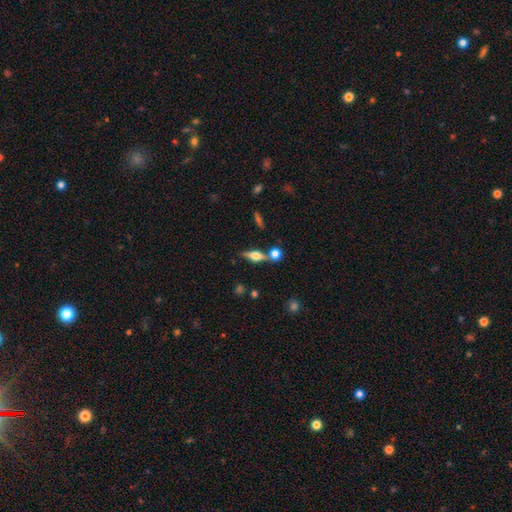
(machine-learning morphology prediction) The model was most divided on "smooth or featured": featured or disk: 59%, smooth: 33%, star or artifact: 9%. More confident: edge-on disk — yes (94%); edge-on bulge — rounded (92%); merging — none (69%).